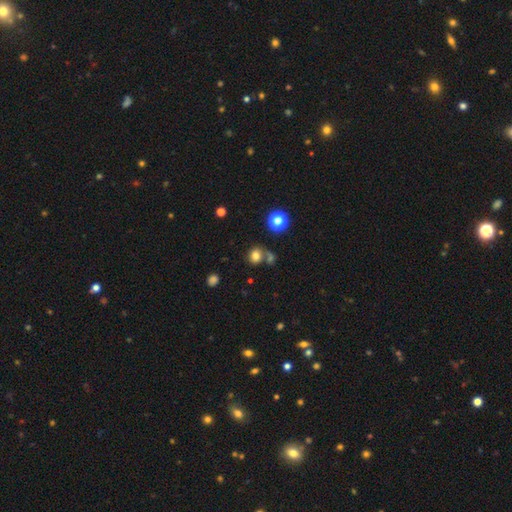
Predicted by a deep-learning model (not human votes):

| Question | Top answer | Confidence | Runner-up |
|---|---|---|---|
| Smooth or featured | smooth | 77% | star or artifact (15%) |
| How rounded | round | 73% | in between (26%) |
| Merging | none | 56% | merger (27%) |